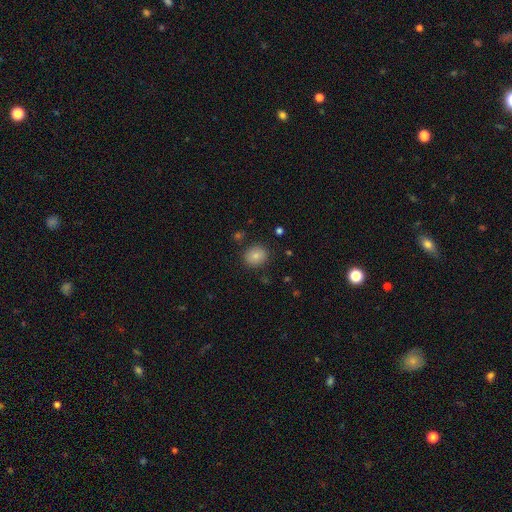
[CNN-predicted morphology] type=smooth (83%); roundness=round (61%); merging=none (86%).